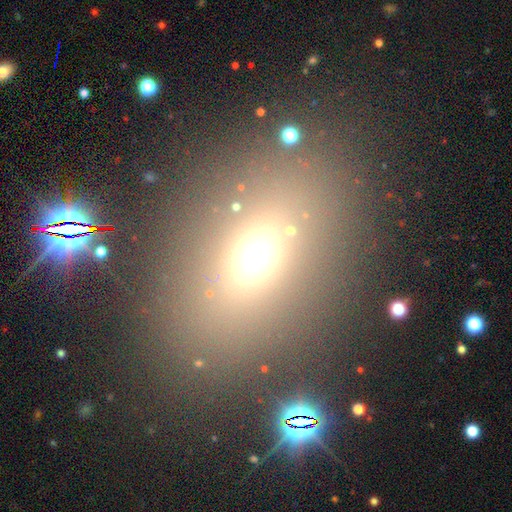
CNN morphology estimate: Smooth or featured: smooth — 59% (star or artifact — 28%)
How rounded: in between — 70% (round — 27%)
Merging: none — 80% (minor disturbance — 9%)